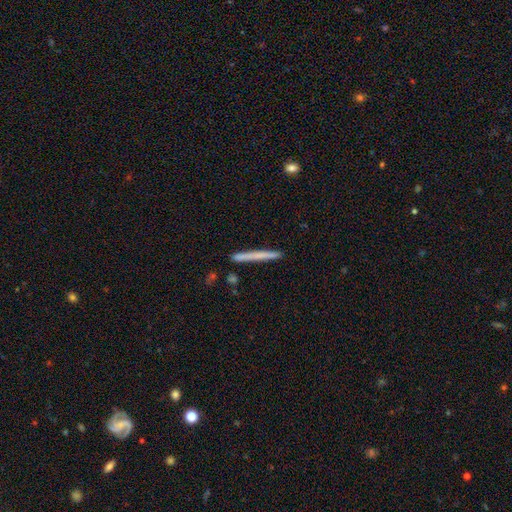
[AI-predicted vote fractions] Morphology: type=smooth (61%); roundness=cigar-shaped (97%); merging=none (89%).